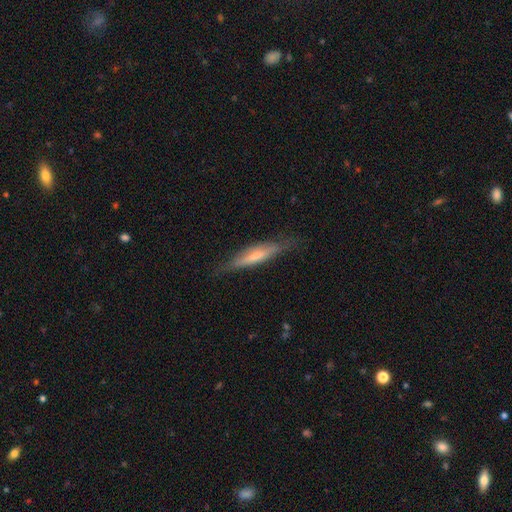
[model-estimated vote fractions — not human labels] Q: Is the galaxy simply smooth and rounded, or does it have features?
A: smooth — 49%.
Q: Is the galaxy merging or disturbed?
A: none — 77%.